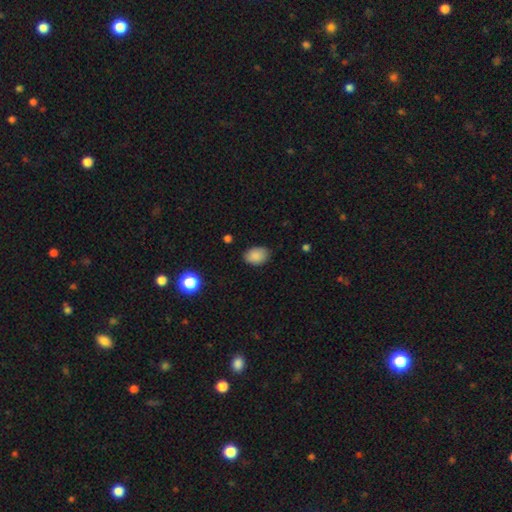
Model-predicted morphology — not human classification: This appears to be a smooth galaxy with no disk features (87%) that is in between round and cigar-shaped (80%). Merging: none (80%).